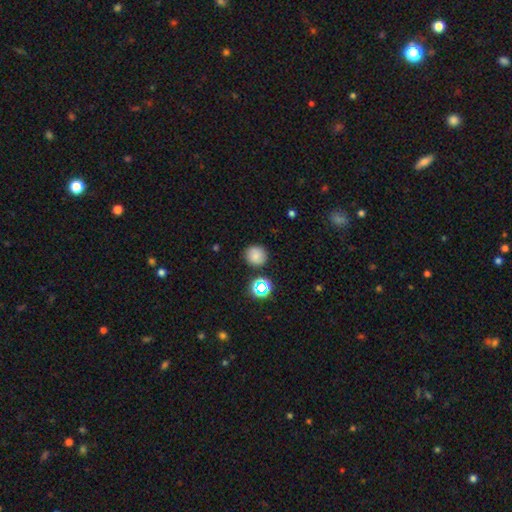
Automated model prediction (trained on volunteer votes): Morphology: type=smooth (77%); roundness=round (88%); merging=none (85%).